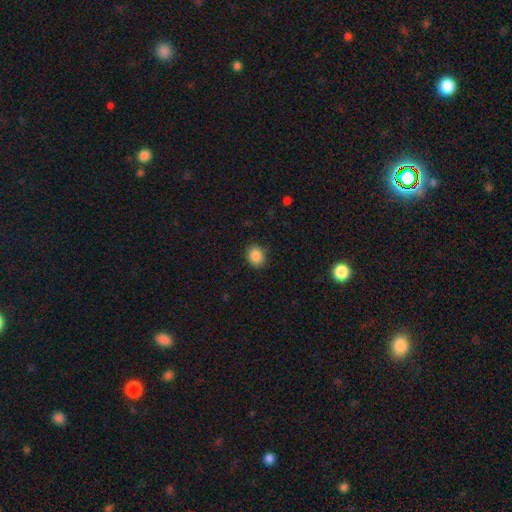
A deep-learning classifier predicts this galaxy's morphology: Smooth or featured?
  - smooth: 87% *
  - star or artifact: 9%
  - featured or disk: 4%
How rounded?
  - round: 65% *
  - in between: 34%
  - cigar-shaped: 1%
Merging?
  - none: 87% *
  - minor disturbance: 10%
  - major disturbance: 2%
  - merger: 1%